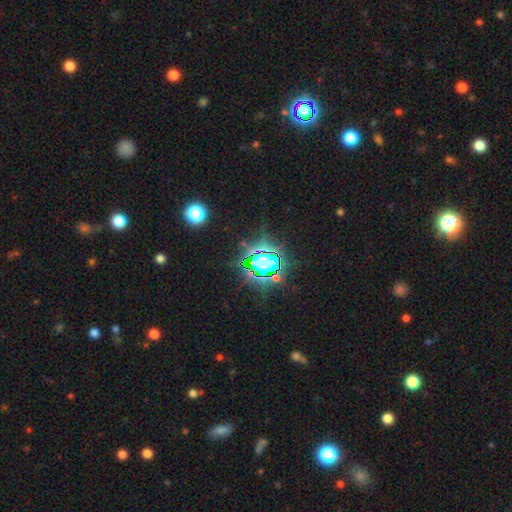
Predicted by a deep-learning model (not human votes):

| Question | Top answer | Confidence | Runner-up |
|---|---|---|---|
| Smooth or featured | star or artifact | 79% | smooth (13%) |